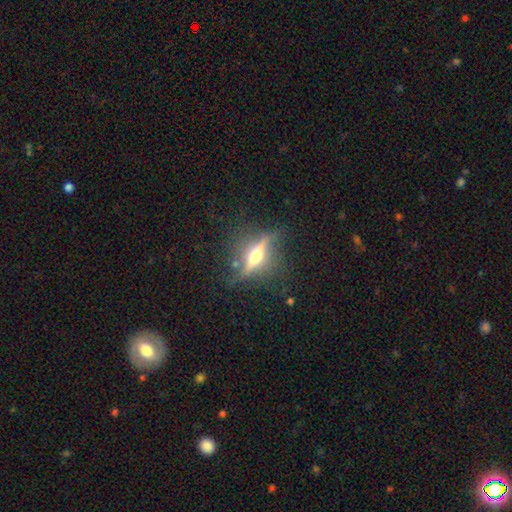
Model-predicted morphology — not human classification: This is likely a featured or disk galaxy (78%). It is clearly viewed edge-on (90%). Edge-on bulge: clearly rounded (92%). Merging: likely none (77%).